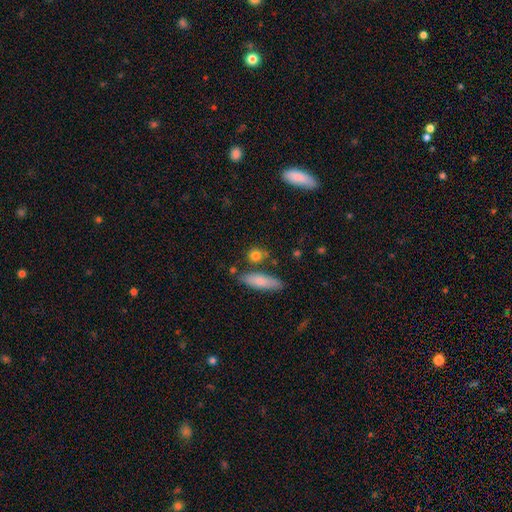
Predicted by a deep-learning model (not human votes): The model was most divided on "how rounded": round: 62%, in between: 24%, cigar-shaped: 15%. More confident: smooth or featured — smooth (82%); merging — none (76%).